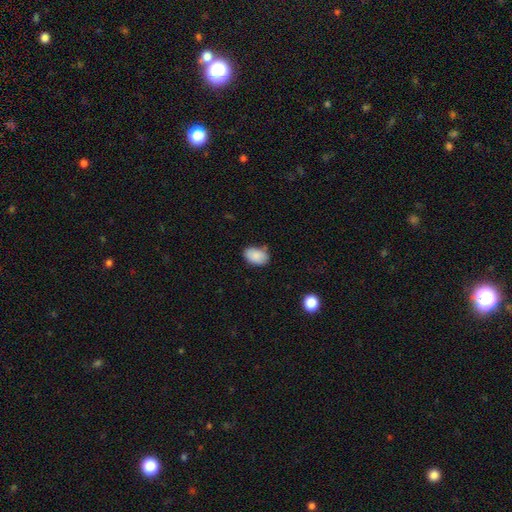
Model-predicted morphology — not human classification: type=smooth (87%); roundness=in between (87%); merging=none (67%).